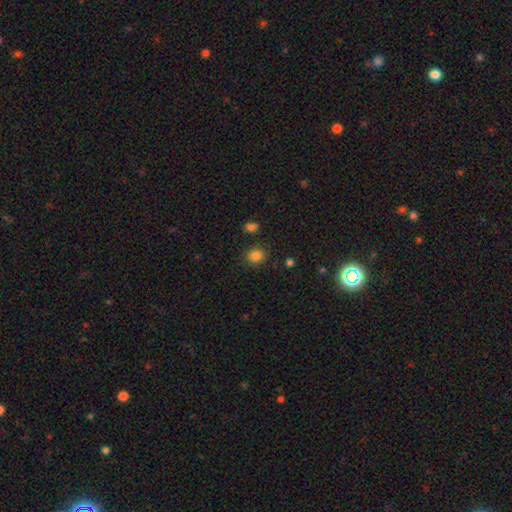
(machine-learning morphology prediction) Smooth or featured? smooth (83%)
How rounded? round (68%)
Merging? none (80%)